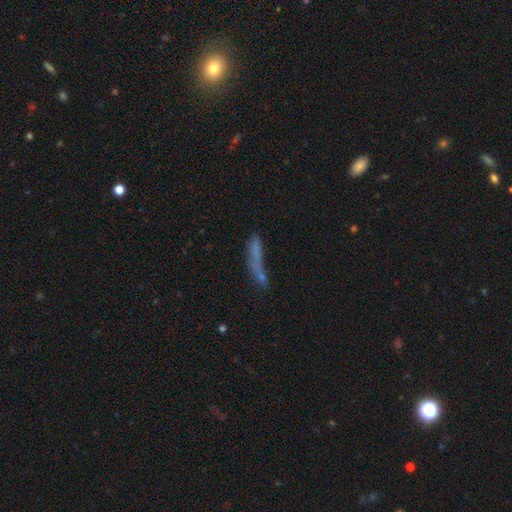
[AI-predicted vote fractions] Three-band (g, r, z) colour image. It shows a smooth galaxy with no disk features (57%) that is cigar-shaped (83%). Merging: none (47%).